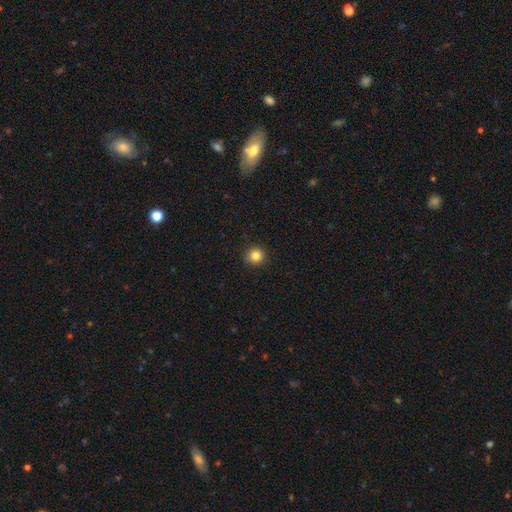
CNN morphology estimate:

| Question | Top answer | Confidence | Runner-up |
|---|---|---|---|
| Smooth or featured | smooth | 83% | star or artifact (12%) |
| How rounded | round | 93% | in between (6%) |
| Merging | none | 91% | minor disturbance (6%) |